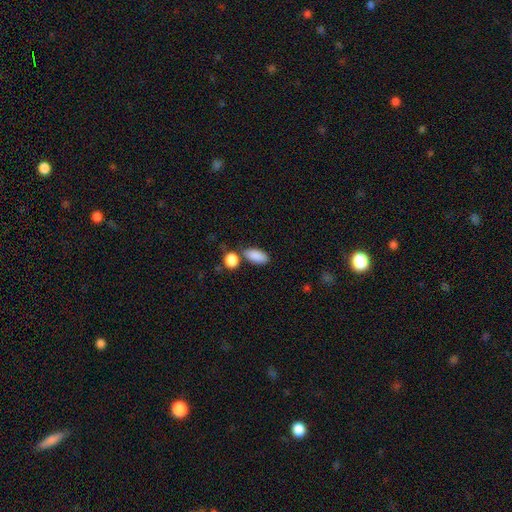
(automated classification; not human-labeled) smooth_or_featured: smooth (p=0.88) [alt: star or artifact p=0.07]
how_rounded: in between (p=0.89) [alt: cigar-shaped p=0.06]
merging: none (p=0.64) [alt: merger p=0.20]